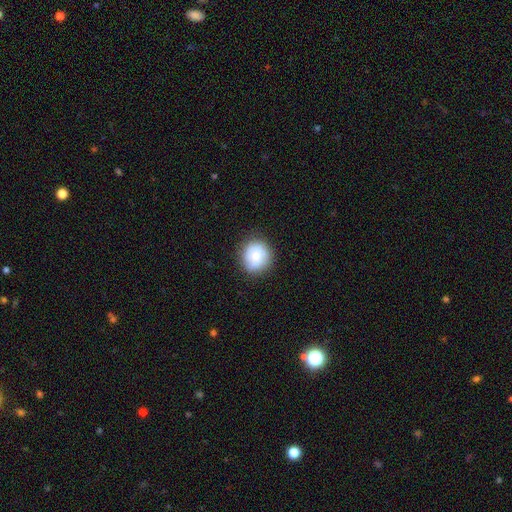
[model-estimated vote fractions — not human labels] The model was most divided on "smooth or featured": smooth: 68%, featured or disk: 24%, star or artifact: 8%. More confident: how rounded — round (88%); merging — none (83%).